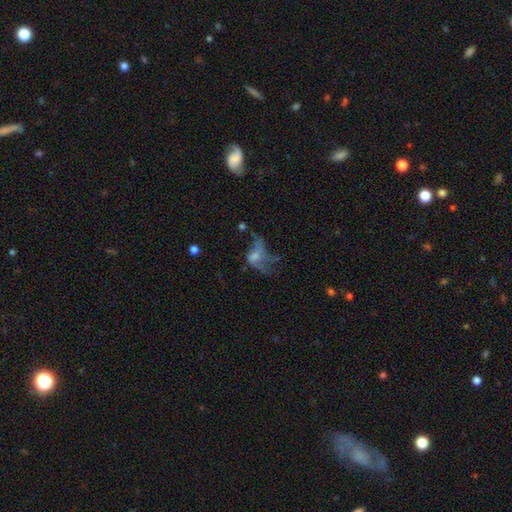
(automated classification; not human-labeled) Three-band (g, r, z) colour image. It shows a featured or disk galaxy (51%). Merging: major disturbance (54%).